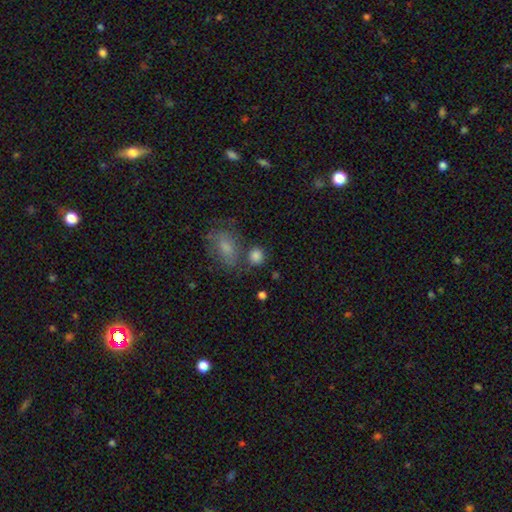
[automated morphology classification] This is clearly a smooth galaxy (82%). How rounded: clearly round (80%). Merging: likely none (62%).